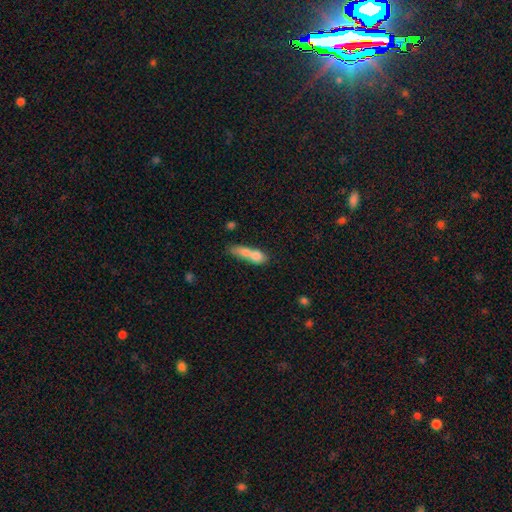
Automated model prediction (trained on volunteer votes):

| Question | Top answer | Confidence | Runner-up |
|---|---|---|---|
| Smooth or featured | smooth | 69% | featured or disk (22%) |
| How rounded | in between | 45% | cigar-shaped (40%) |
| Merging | merger | 64% | none (20%) |